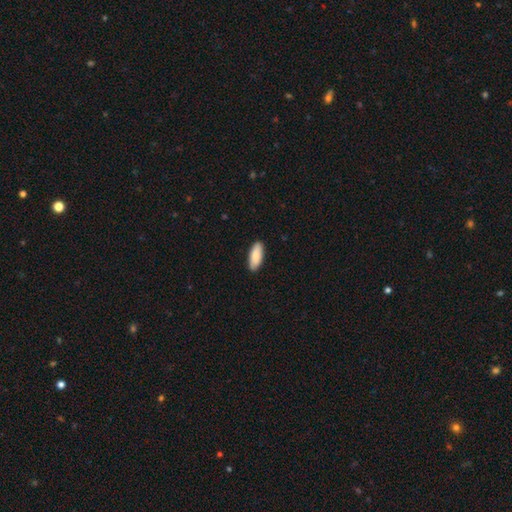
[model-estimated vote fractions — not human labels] A smooth galaxy with no disk features (87%) that is in between round and cigar-shaped (77%).

Vote fractions:
- Smooth or featured? smooth: 87% / featured or disk: 8% / star or artifact: 5%
- How rounded? in between: 77% / cigar-shaped: 21% / round: 2%
- Merging? none: 89% / minor disturbance: 8% / major disturbance: 2% / merger: 1%